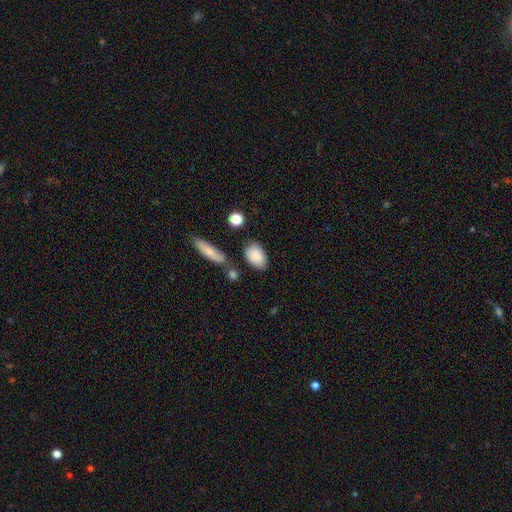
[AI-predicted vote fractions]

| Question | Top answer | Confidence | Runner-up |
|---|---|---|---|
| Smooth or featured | smooth | 85% | featured or disk (8%) |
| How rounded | in between | 87% | round (11%) |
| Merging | none | 70% | minor disturbance (17%) |